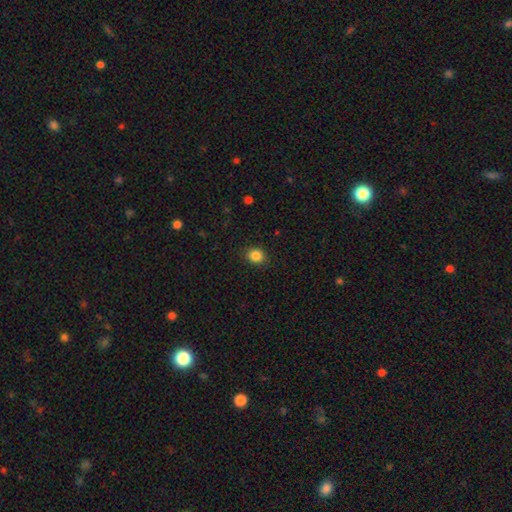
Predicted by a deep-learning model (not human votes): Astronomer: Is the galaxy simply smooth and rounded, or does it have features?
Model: smooth — 85%.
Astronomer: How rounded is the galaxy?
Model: round — 65%.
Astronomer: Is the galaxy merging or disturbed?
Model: none — 88%.